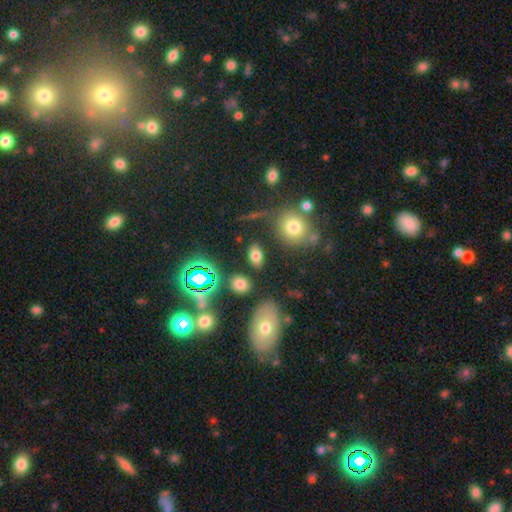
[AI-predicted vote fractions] Smooth or featured?
  - smooth: 73% *
  - star or artifact: 16%
  - featured or disk: 10%
How rounded?
  - in between: 85% *
  - round: 12%
  - cigar-shaped: 3%
Merging?
  - none: 82% *
  - minor disturbance: 9%
  - merger: 5%
  - major disturbance: 4%